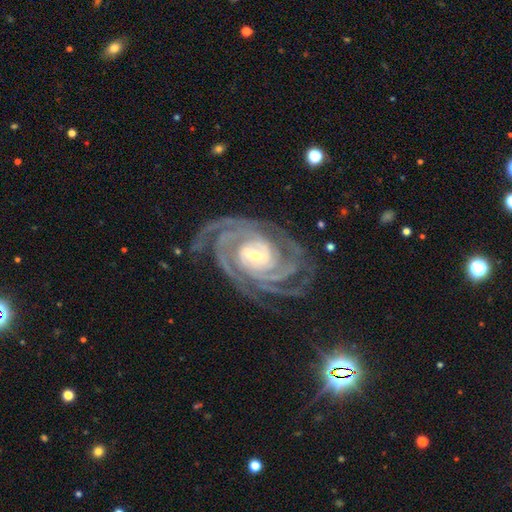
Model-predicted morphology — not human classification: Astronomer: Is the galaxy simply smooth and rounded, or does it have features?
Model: featured or disk — 93%.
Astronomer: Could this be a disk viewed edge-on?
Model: no — 97%.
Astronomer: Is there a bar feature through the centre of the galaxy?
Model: weak — 41% (runner-up: strong, 31%).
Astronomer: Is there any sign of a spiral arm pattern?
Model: yes — 99%.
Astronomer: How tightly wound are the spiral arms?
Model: tight — 76%.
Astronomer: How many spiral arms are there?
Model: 4 — 30% (runner-up: 3, 24%).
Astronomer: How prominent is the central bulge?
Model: small — 62%.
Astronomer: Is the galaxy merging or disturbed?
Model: none — 76%.